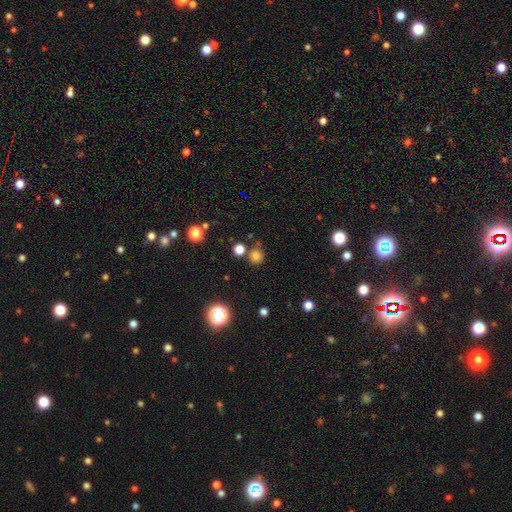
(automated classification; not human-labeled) Morphology: type=smooth (77%); roundness=round (90%); merging=none (77%).